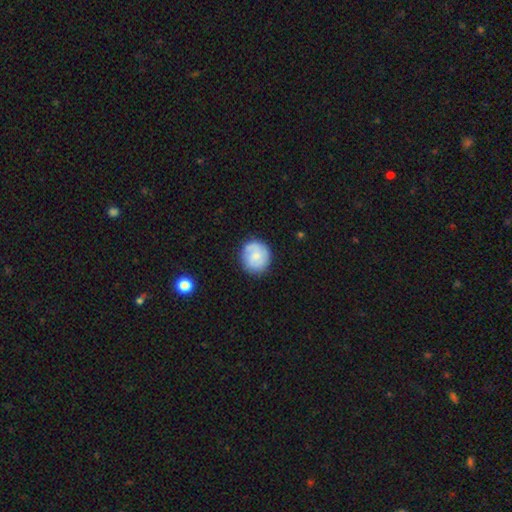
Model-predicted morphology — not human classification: The model was most divided on "smooth or featured": smooth: 49%, featured or disk: 45%, star or artifact: 7%. More confident: merging — none (81%).